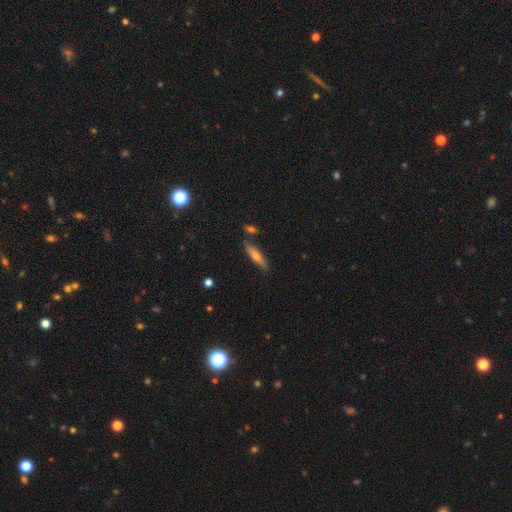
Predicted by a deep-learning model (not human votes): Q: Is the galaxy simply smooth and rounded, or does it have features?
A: smooth — 49%.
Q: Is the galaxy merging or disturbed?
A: none — 81%.